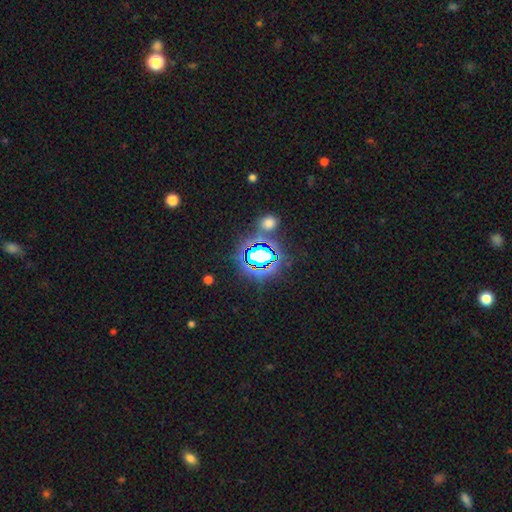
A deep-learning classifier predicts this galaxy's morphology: type=star or artifact (73%).